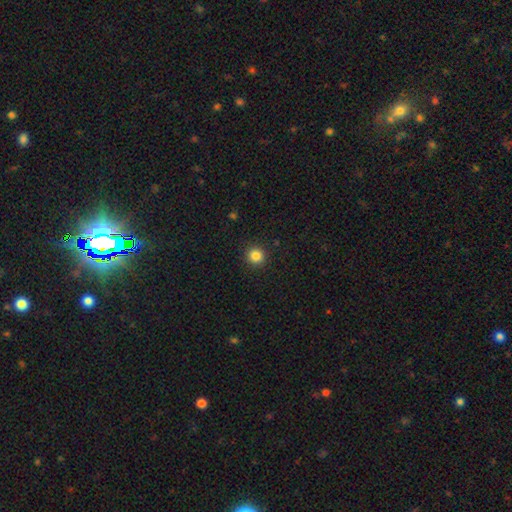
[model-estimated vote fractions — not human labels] Smooth or featured?
  - smooth: 85% *
  - star or artifact: 11%
  - featured or disk: 4%
How rounded?
  - round: 93% *
  - in between: 6%
  - cigar-shaped: 1%
Merging?
  - none: 92% *
  - minor disturbance: 5%
  - major disturbance: 2%
  - merger: 1%